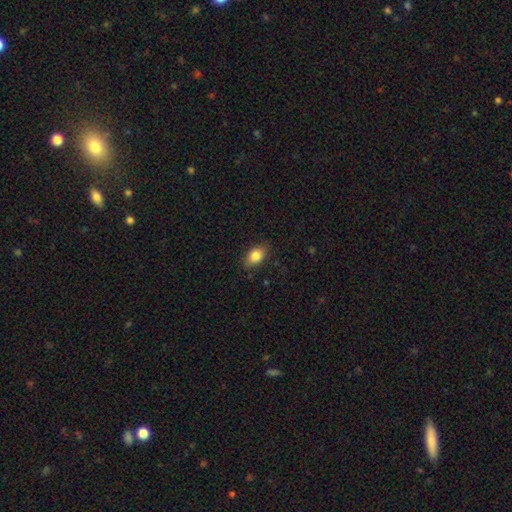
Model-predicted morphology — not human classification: Q: Smooth or featured?
A: smooth (84%); runner-up: star or artifact (8%)
Q: How rounded?
A: in between (83%); runner-up: round (15%)
Q: Merging?
A: none (83%); runner-up: minor disturbance (13%)